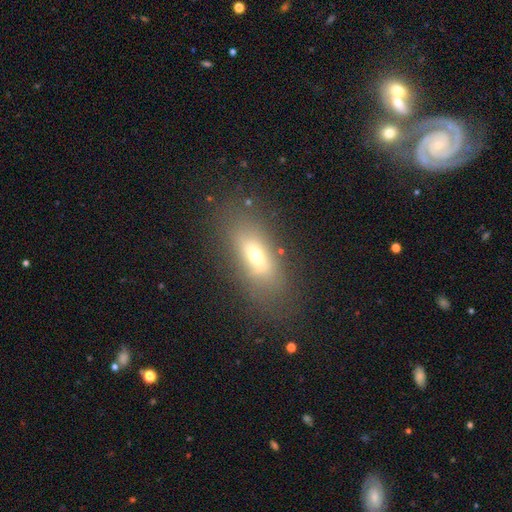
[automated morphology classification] This is possibly a smooth galaxy (58%). How rounded: likely in between (72%). Merging: likely none (75%).